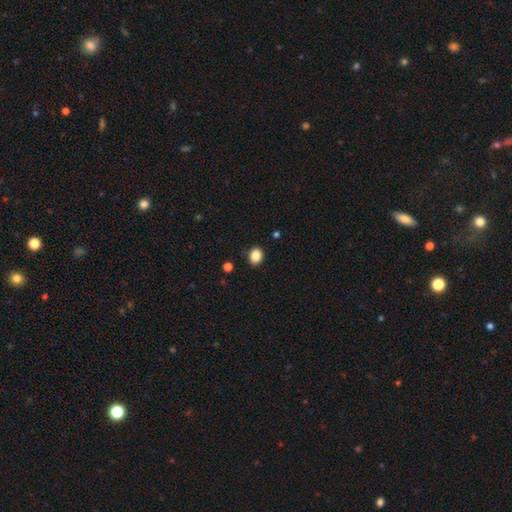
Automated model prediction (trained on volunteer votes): This appears to be a smooth galaxy with no disk features (86%) that is round (55%). Merging: none (88%).